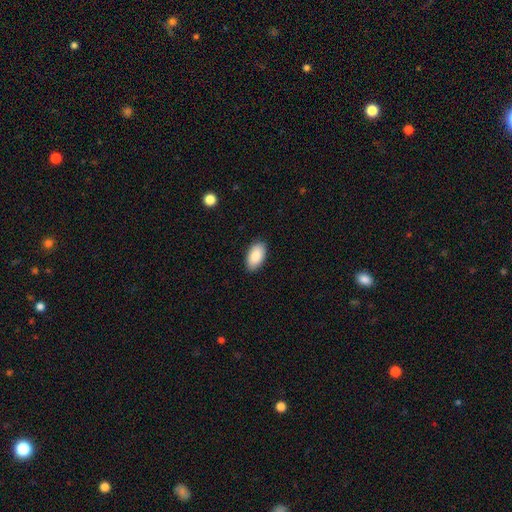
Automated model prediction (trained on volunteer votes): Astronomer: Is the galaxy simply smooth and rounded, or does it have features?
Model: smooth — 88%.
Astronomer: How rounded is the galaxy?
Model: in between — 95%.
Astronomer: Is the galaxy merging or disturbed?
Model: none — 89%.